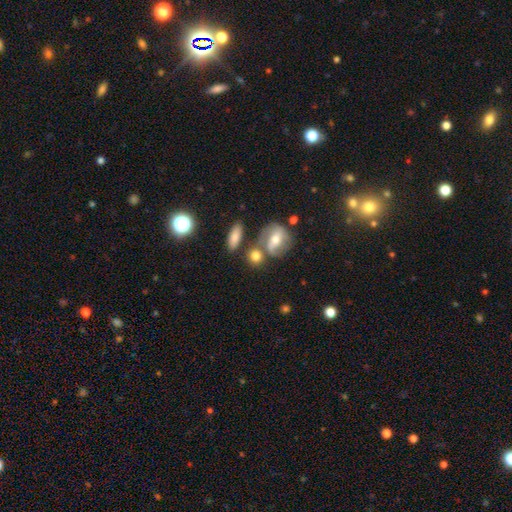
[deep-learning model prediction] Smooth or featured: smooth — 67% (featured or disk — 23%)
How rounded: round — 58% (in between — 38%)
Merging: none — 53% (merger — 27%)